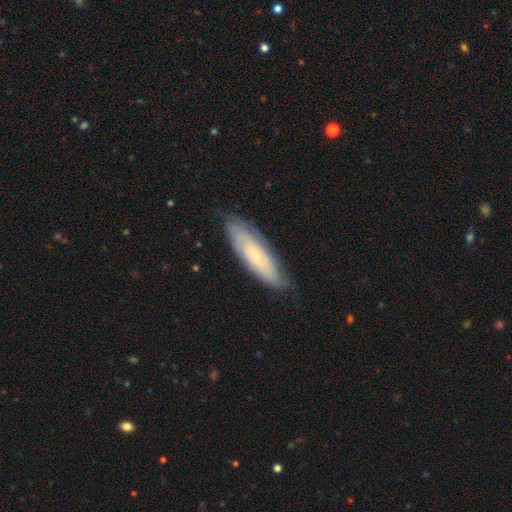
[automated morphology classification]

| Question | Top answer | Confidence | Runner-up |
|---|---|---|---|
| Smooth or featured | featured or disk | 53% | smooth (39%) |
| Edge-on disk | no | 72% | yes (28%) |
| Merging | none | 78% | minor disturbance (18%) |